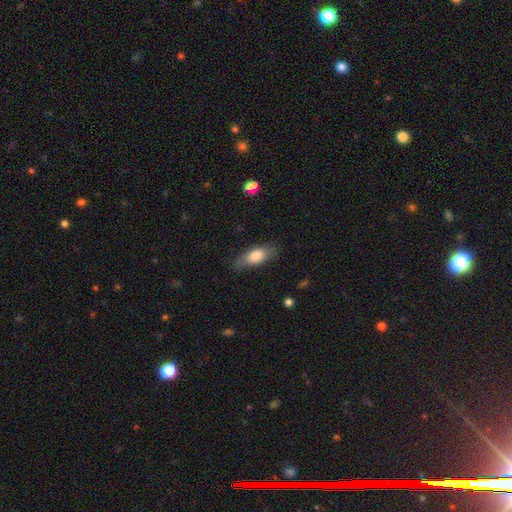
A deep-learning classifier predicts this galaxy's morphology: smooth_or_featured: smooth (p=0.75) [alt: featured or disk p=0.18]
how_rounded: in between (p=0.77) [alt: cigar-shaped p=0.19]
merging: none (p=0.73) [alt: minor disturbance p=0.20]